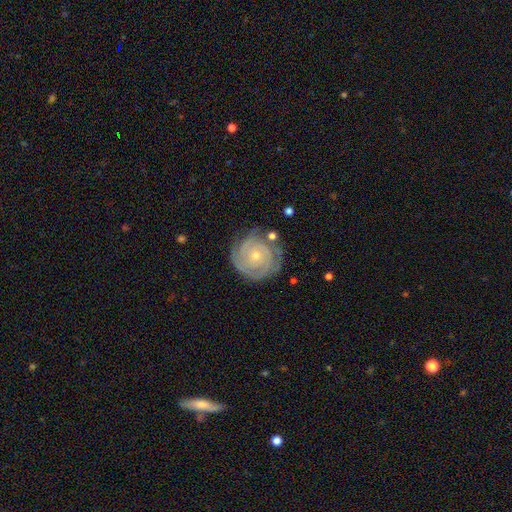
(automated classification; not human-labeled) smooth-or-featured: featured or disk: 85% | smooth: 9% | star or artifact: 6%
  disk-edge-on: no: 98% | yes: 2%
    bar: no: 79% | weak: 16% | strong: 4%
    has-spiral-arms: yes: 96% | no: 4%
      spiral-winding: tight: 83% | medium: 14% | loose: 3%
      spiral-arm-count: 2: 34% | 3: 27% | can't tell: 21% | 4: 8% | 1: 5% | more than 4: 5%
    bulge-size: small: 67% | moderate: 31% | none: 1% | large: 1% | dominant: 1%
  merging: none: 77% | minor disturbance: 16% | major disturbance: 5% | merger: 3%